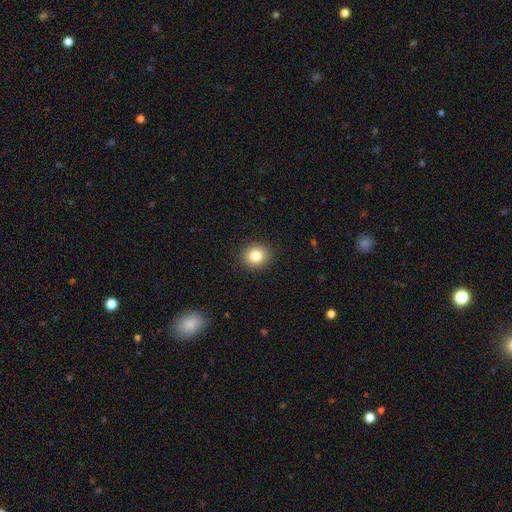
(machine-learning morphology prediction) type=smooth (83%); roundness=round (76%); merging=none (90%).